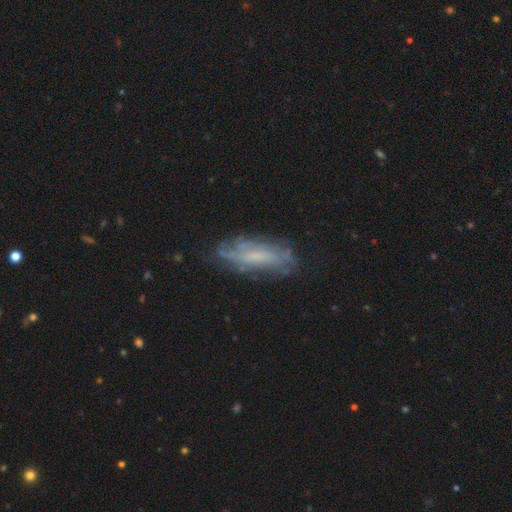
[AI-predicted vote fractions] Overall: featured or disk (60%; smooth 31%). Edge-on disk: no (74%). Merging: none (68%).